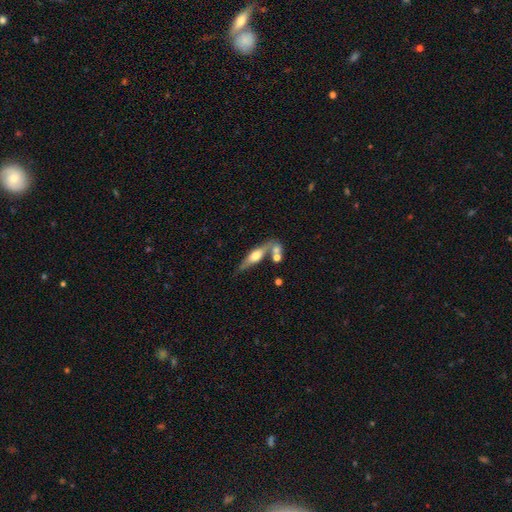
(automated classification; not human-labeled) smooth-or-featured: featured or disk: 51% | smooth: 42% | star or artifact: 7%
  disk-edge-on: yes: 81% | no: 19%
  merging: none: 48% | merger: 29% | minor disturbance: 16% | major disturbance: 7%